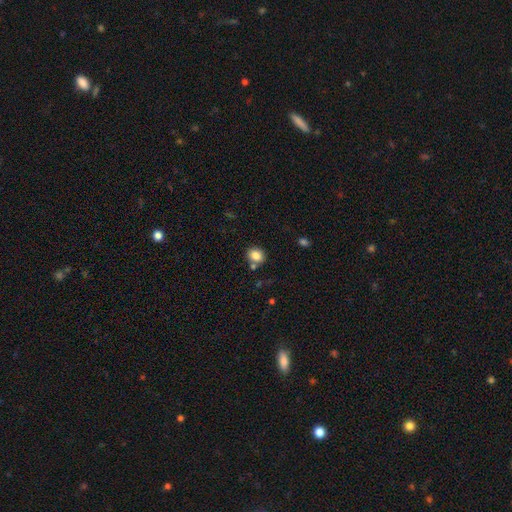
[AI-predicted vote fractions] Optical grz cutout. It shows a smooth galaxy with no disk features (84%) that is round (60%). Merging: none (73%).